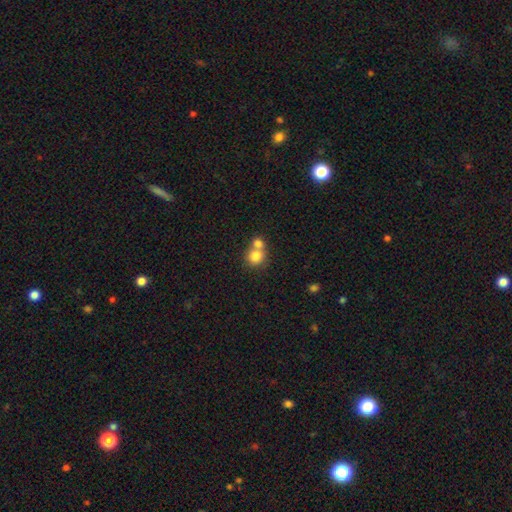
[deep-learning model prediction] A smooth galaxy with no disk features (80%) that is round (85%). Merging: merger (54%).